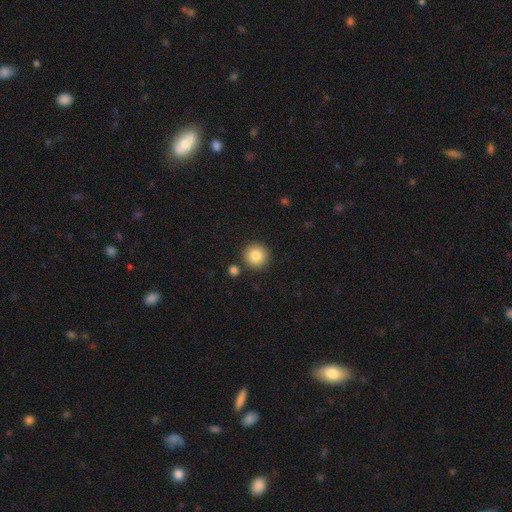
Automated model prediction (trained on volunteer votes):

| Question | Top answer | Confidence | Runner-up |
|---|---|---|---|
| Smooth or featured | smooth | 85% | star or artifact (9%) |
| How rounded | round | 95% | in between (4%) |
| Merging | none | 86% | minor disturbance (6%) |